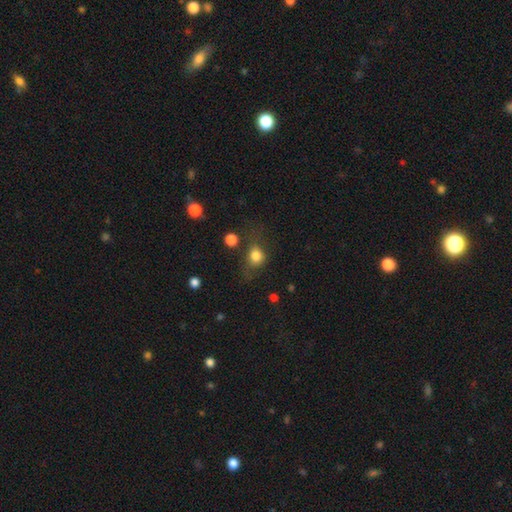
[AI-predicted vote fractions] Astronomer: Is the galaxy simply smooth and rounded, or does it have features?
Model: smooth — 80%.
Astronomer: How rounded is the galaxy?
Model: round — 60% (runner-up: in between, 39%).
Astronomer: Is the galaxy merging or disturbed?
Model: none — 52%.